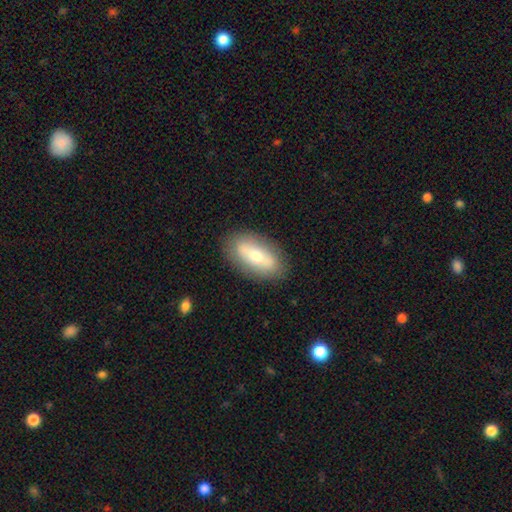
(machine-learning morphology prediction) This is possibly a smooth galaxy (54%). How rounded: clearly in between (86%). Merging: clearly none (85%).